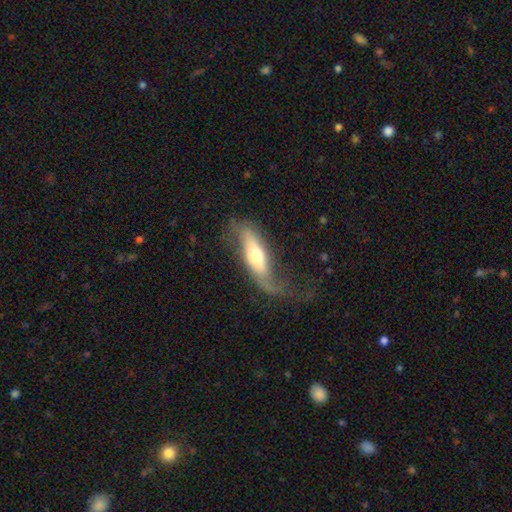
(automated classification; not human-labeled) A featured or disk galaxy (55%).

Vote fractions:
- Smooth or featured? featured or disk: 55% / smooth: 39% / star or artifact: 6%
- Edge-on disk? no: 56% / yes: 44%
- Merging? none: 40% / major disturbance: 31% / minor disturbance: 26% / merger: 3%